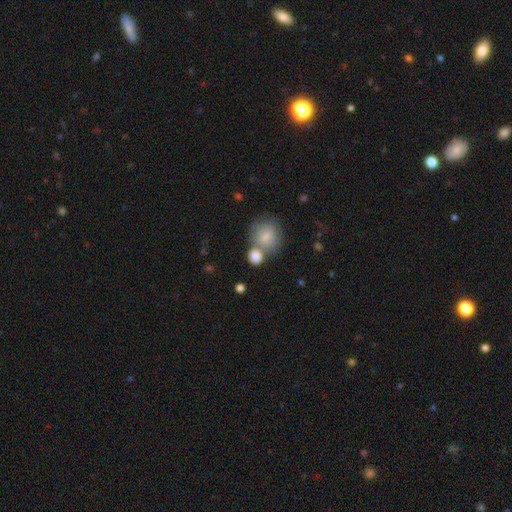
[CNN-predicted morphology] The model was most divided on "merging": merger: 45%, none: 40%, minor disturbance: 10%, major disturbance: 5%. More confident: smooth or featured — smooth (83%); how rounded — round (75%).